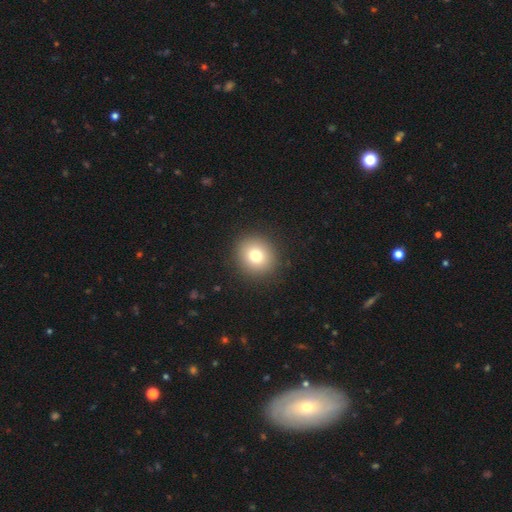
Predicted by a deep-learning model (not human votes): A smooth galaxy with no disk features (77%) that is round (87%). Merging: none (91%).